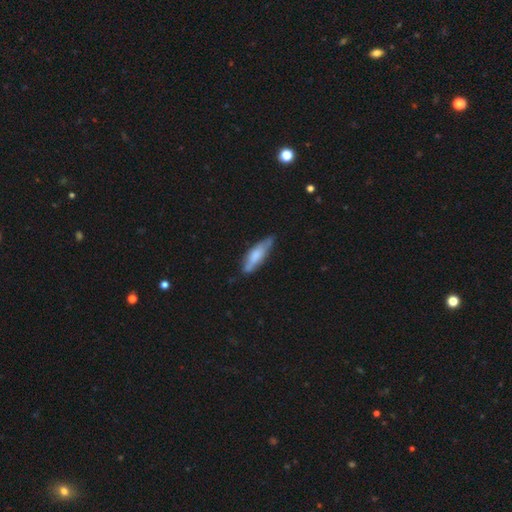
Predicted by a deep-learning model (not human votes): This appears to be a smooth galaxy with no disk features (63%) that is cigar-shaped (57%). Merging: none (66%).